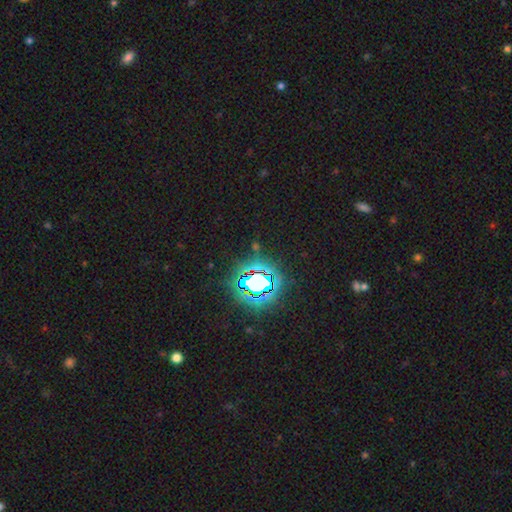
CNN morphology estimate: This appears to be a star or artifact, not a galaxy (77%).